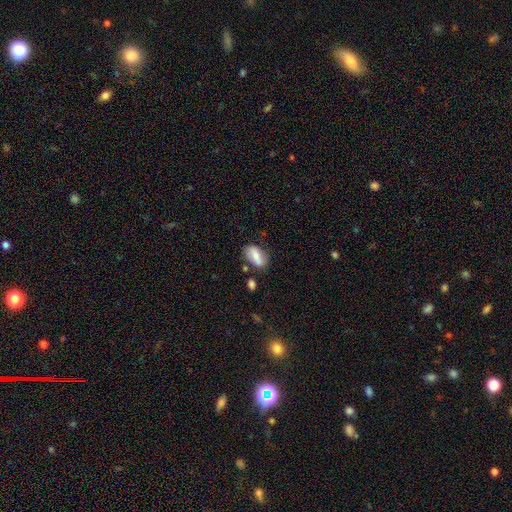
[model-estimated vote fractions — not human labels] smooth-or-featured: smooth: 67% | featured or disk: 26% | star or artifact: 8%
  how-rounded: in between: 86% | cigar-shaped: 8% | round: 6%
  merging: none: 73% | minor disturbance: 17% | merger: 6% | major disturbance: 4%